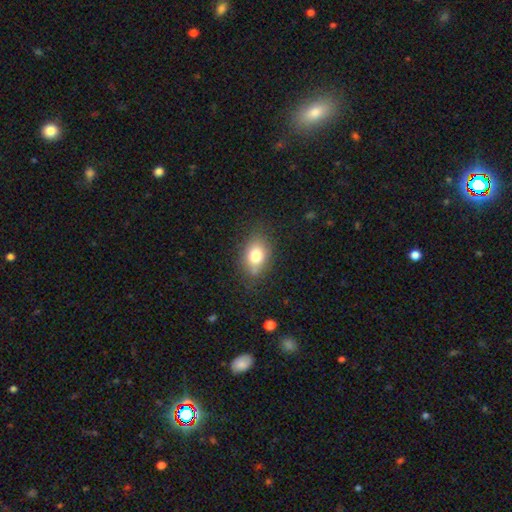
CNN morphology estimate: Smooth or featured? Predicted: smooth (p=0.76). How rounded? Predicted: in between (p=0.75). Merging? Predicted: none (p=0.77).